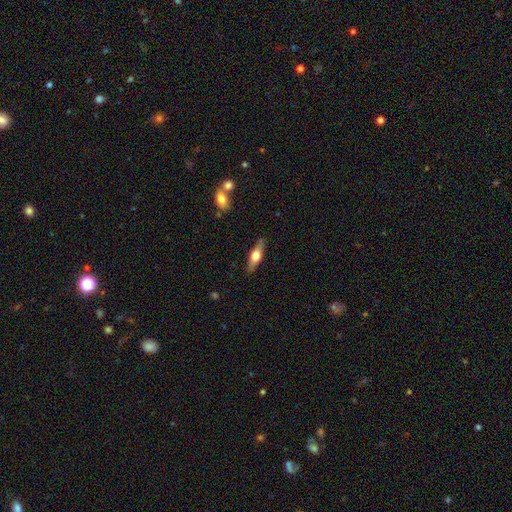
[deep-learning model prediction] Smooth or featured? Predicted: featured or disk (p=0.53). Edge-on disk? Predicted: yes (p=0.91). Merging? Predicted: none (p=0.87).